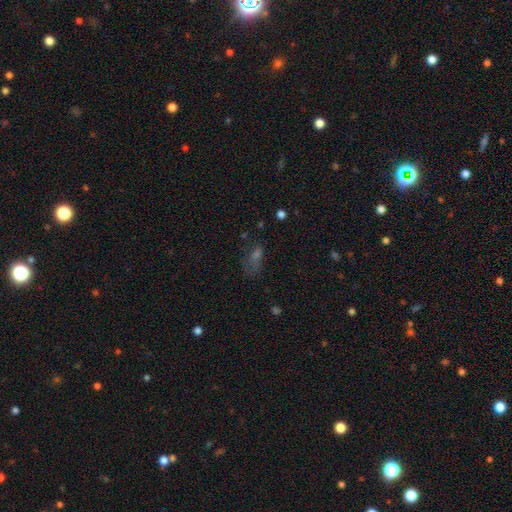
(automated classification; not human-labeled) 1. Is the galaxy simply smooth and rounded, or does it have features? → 45% smooth, 32% star or artifact, 23% featured or disk.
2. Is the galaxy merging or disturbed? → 45% none, 29% major disturbance, 22% minor disturbance, 5% merger.